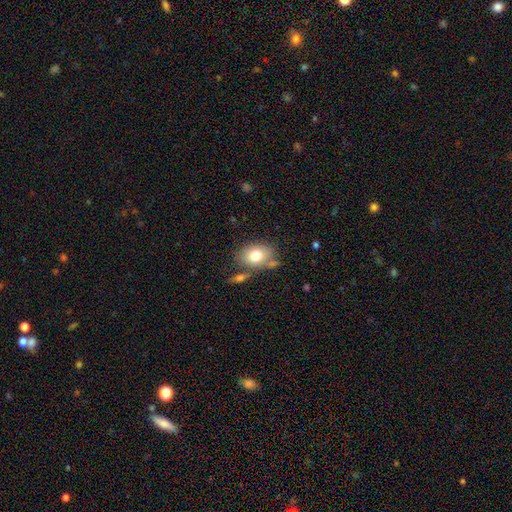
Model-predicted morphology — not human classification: This is likely a smooth galaxy (76%). How rounded: likely in between (74%). Merging: likely none (63%).